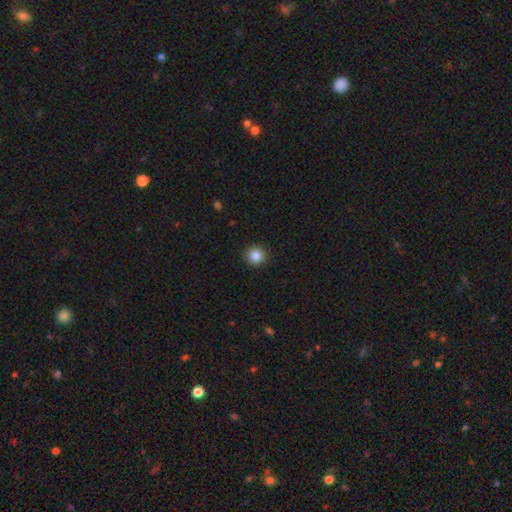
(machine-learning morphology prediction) Smooth or featured?
  - smooth: 86% *
  - star or artifact: 10%
  - featured or disk: 4%
How rounded?
  - round: 94% *
  - in between: 6%
  - cigar-shaped: 1%
Merging?
  - none: 92% *
  - minor disturbance: 5%
  - major disturbance: 2%
  - merger: 1%